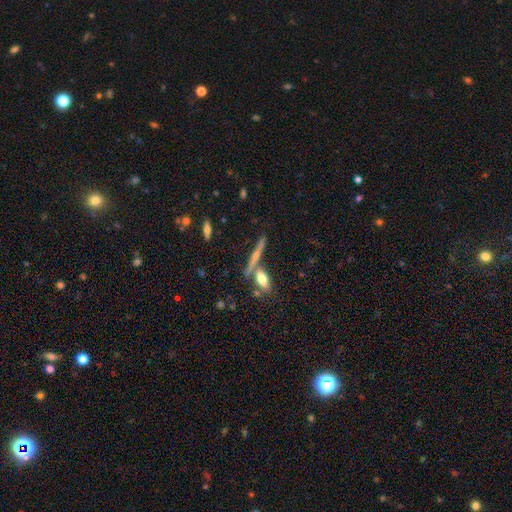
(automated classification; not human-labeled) Smooth or featured? Predicted: featured or disk (p=0.56). Edge-on disk? Predicted: yes (p=0.92). Edge-on bulge? Predicted: rounded (p=0.71). Merging? Predicted: none (p=0.67).